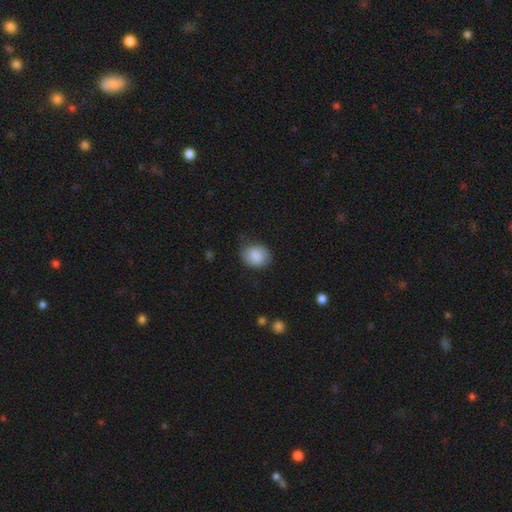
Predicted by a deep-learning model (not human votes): This appears to be a smooth galaxy with no disk features (82%) that is in between round and cigar-shaped (51%). Merging: none (72%).